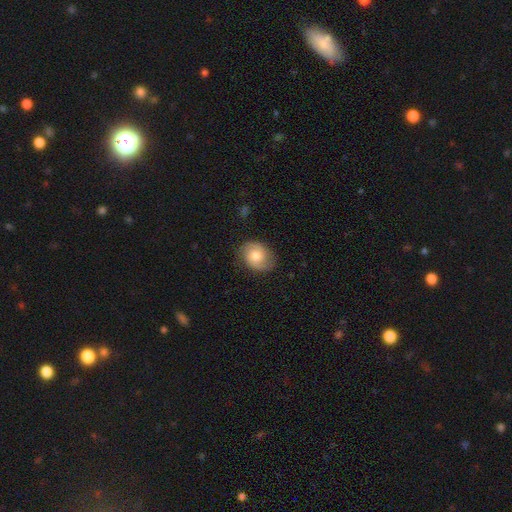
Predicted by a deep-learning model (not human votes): Smooth or featured? smooth (50%)
Merging? none (79%)